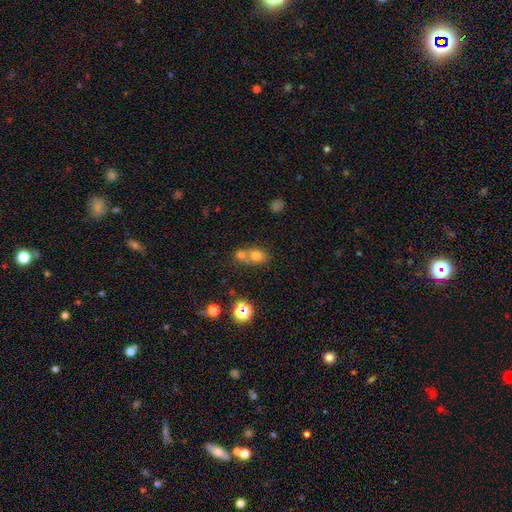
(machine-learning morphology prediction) A smooth galaxy with no disk features (72%) that is round (52%). Merging: merger (49%).